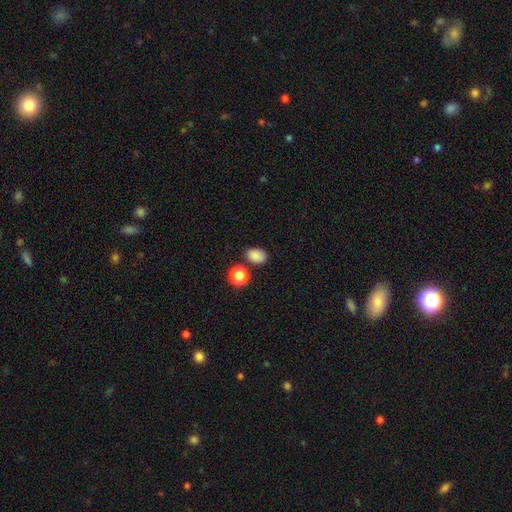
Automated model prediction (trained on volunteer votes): Q: Smooth or featured?
A: smooth (84%); runner-up: star or artifact (11%)
Q: How rounded?
A: in between (78%); runner-up: round (20%)
Q: Merging?
A: none (78%); runner-up: minor disturbance (11%)